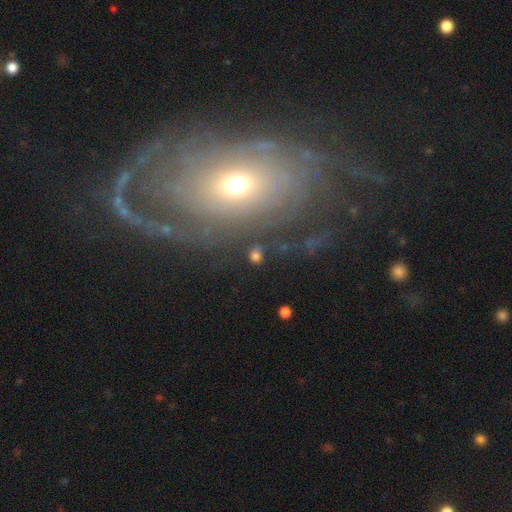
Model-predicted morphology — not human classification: Smooth or featured: smooth — 65% (star or artifact — 20%)
How rounded: round — 59% (in between — 39%)
Merging: none — 75% (minor disturbance — 12%)